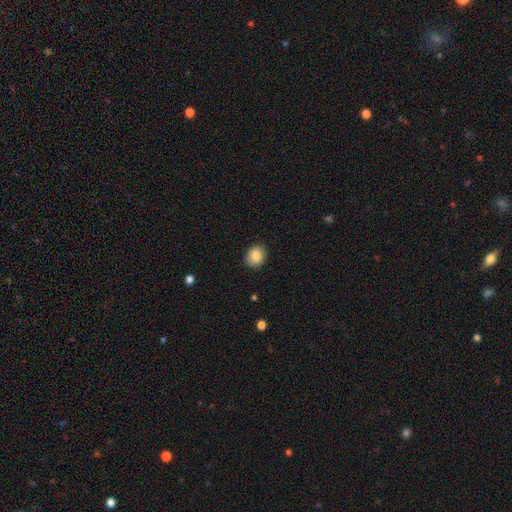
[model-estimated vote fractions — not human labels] This is clearly a smooth galaxy (85%). How rounded: possibly round (58%). Merging: clearly none (86%).